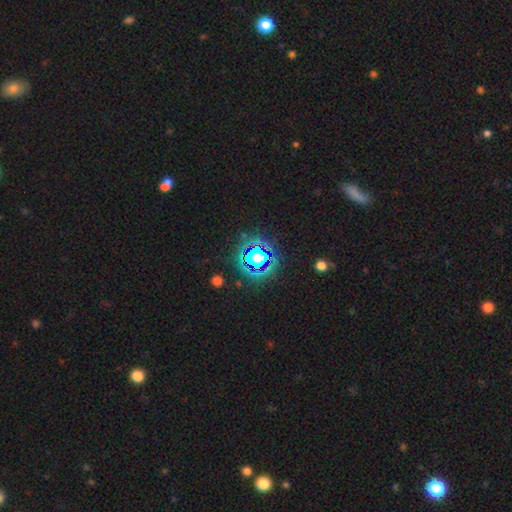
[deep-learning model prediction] Overall: star or artifact (63%; smooth 25%).